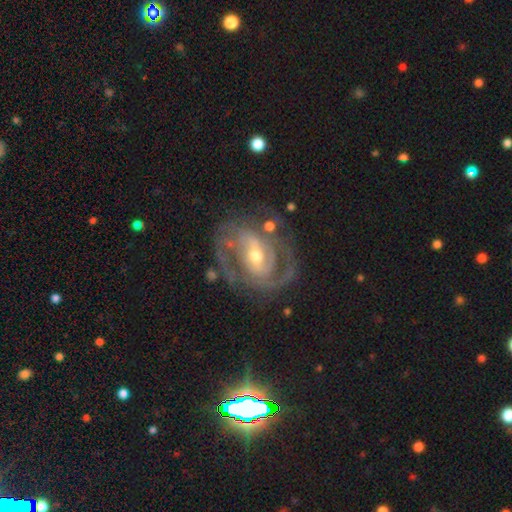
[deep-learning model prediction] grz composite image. It shows a featured or disk galaxy (88%) with a weak bar (41%), 2 (75%) medium (47%) spiral arms (96%) and a moderate central bulge (50%). Merging: none (72%).